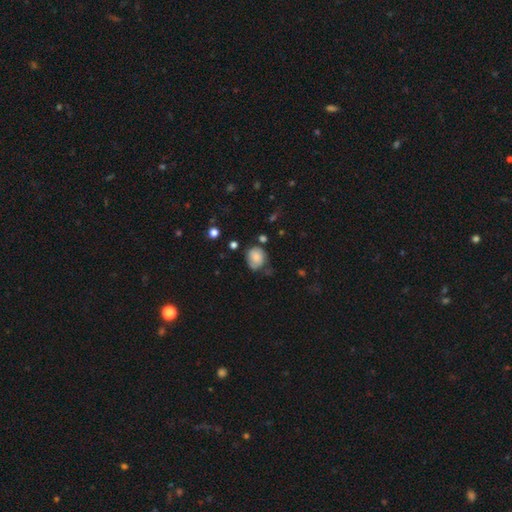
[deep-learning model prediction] The model was most divided on "merging": none: 54%, minor disturbance: 31%, major disturbance: 10%, merger: 5%. More confident: smooth or featured — smooth (77%); how rounded — round (62%).